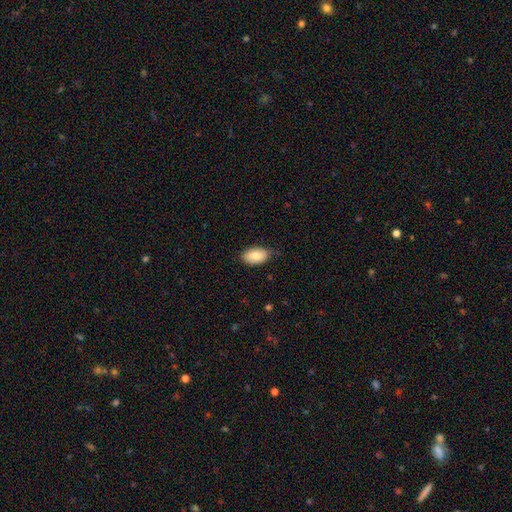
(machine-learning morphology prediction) smooth 83%, featured or disk 11%, star or artifact 7%. Down the decision tree: how rounded — in between (93%); merging — none (74%).